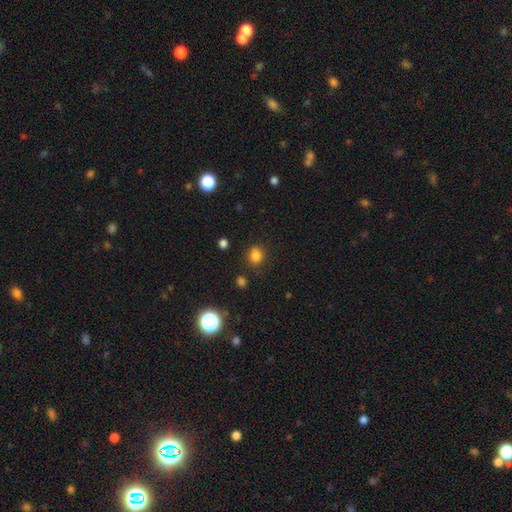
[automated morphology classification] This appears to be a smooth galaxy with no disk features (81%) that is round (70%). Merging: none (82%).